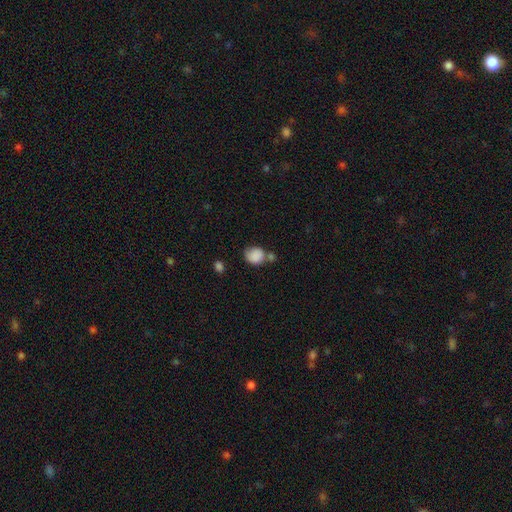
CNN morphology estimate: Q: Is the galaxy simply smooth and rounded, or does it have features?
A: smooth — 86%.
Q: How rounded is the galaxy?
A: round — 69%.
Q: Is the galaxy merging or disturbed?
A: none — 48%.